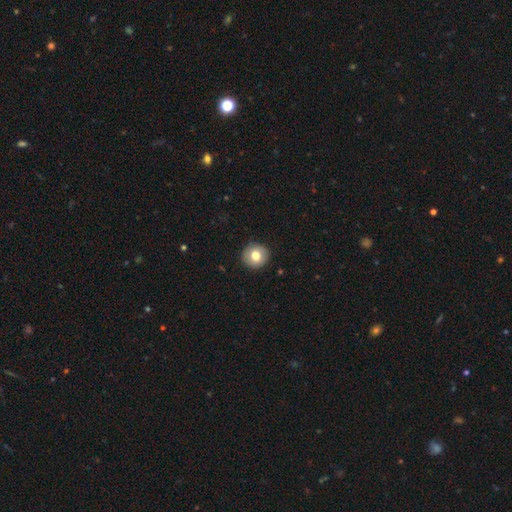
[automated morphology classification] Smooth or featured? smooth (77%)
How rounded? round (92%)
Merging? none (90%)